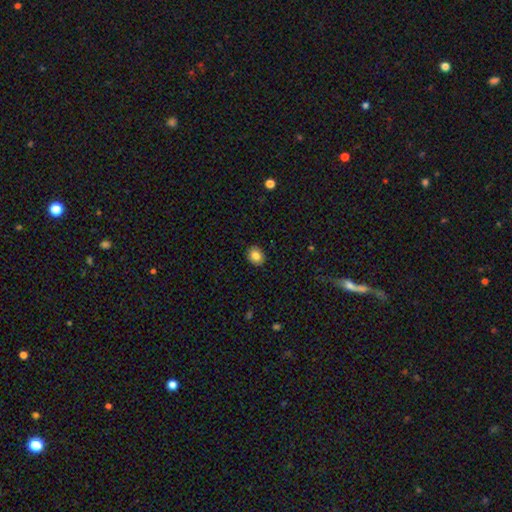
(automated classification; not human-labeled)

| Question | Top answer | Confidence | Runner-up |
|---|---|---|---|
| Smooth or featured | smooth | 84% | star or artifact (9%) |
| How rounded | round | 60% | in between (40%) |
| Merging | none | 90% | minor disturbance (7%) |